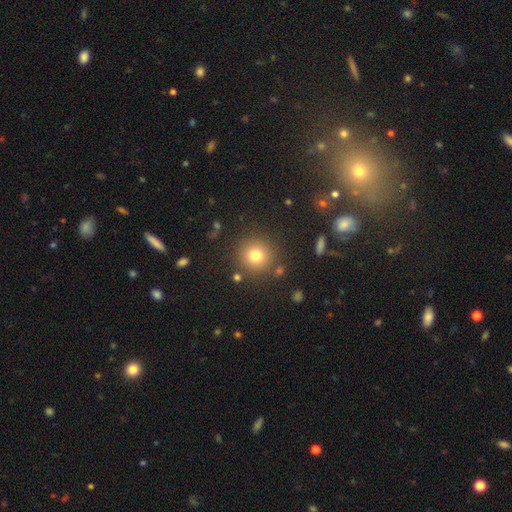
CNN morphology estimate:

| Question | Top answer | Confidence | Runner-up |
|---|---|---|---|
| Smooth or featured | smooth | 77% | star or artifact (14%) |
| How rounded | round | 94% | in between (5%) |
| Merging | none | 86% | minor disturbance (7%) |